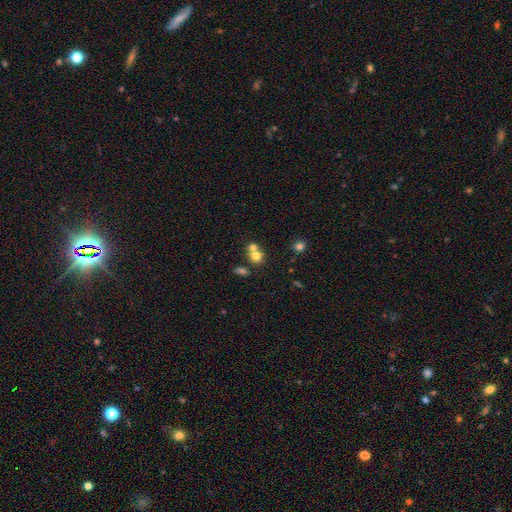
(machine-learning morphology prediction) Q: Smooth or featured?
A: smooth (74%); runner-up: star or artifact (13%)
Q: How rounded?
A: round (75%); runner-up: in between (24%)
Q: Merging?
A: merger (51%); runner-up: none (39%)